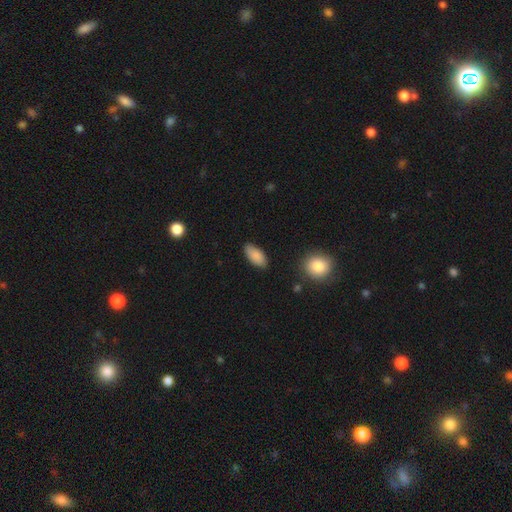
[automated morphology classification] Q: Smooth or featured?
A: smooth (86%); runner-up: star or artifact (7%)
Q: How rounded?
A: in between (91%); runner-up: cigar-shaped (7%)
Q: Merging?
A: none (80%); runner-up: minor disturbance (16%)